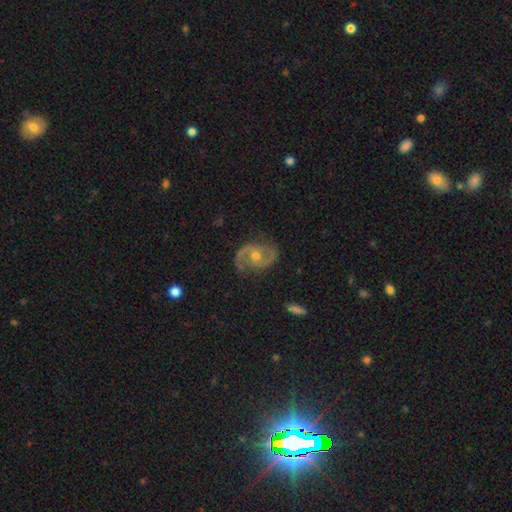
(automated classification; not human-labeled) Overall: featured or disk (88%). Edge-on disk: no (97%). Bar: no (63%; weak 30%). Spiral arms: yes (96%). Spiral arm count: 2 (92%). Spiral winding: medium (56%; tight 25%). Bulge size: moderate (67%; small 27%). Merging: none (81%).